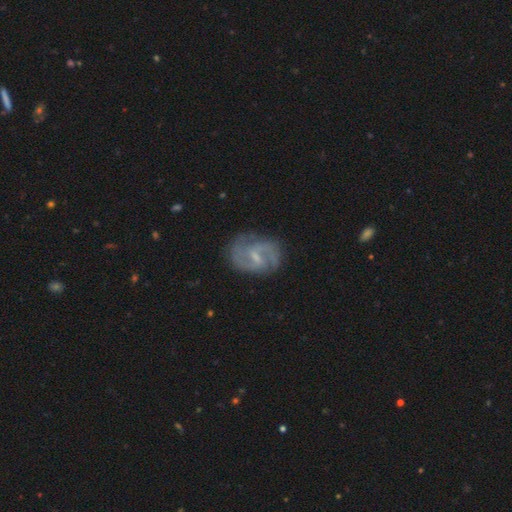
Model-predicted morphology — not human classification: Smooth or featured? featured or disk (82%)
Edge-on disk? no (98%)
Bar? weak (61%)
Spiral arms? yes (94%)
Spiral winding? medium (51%)
Spiral arm count? 2 (75%)
Bulge size? small (59%)
Merging? none (72%)